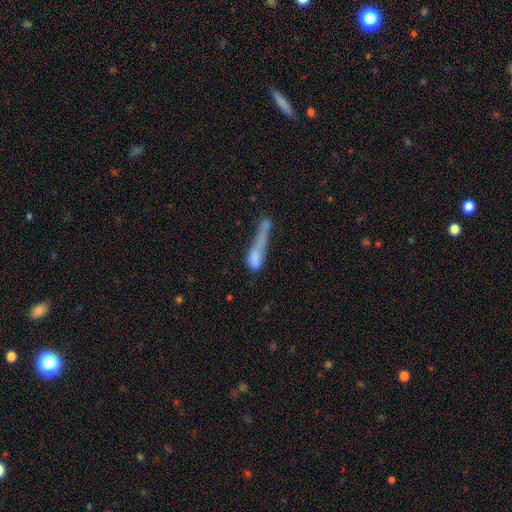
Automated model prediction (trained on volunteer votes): smooth 65%, featured or disk 24%, star or artifact 10%. Down the decision tree: how rounded — cigar-shaped (67%); merging — merger (32%, tied with major disturbance).